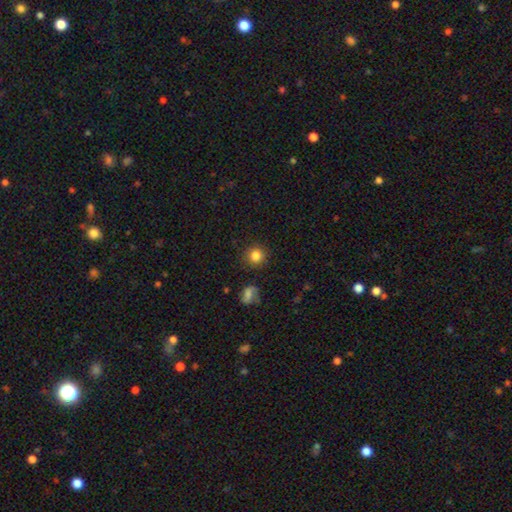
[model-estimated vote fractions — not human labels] Morphology: type=smooth (82%); roundness=round (91%); merging=none (86%).